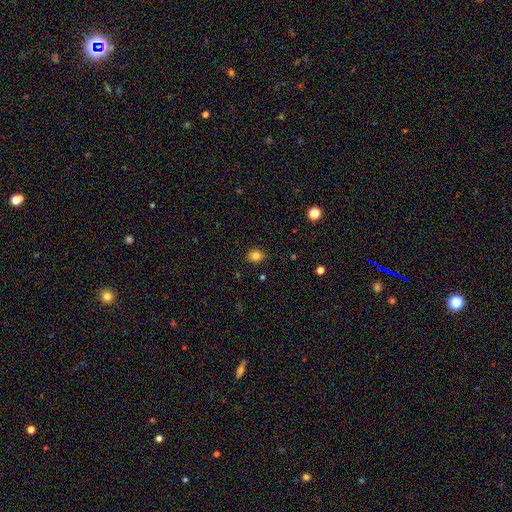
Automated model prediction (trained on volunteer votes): This is clearly a smooth galaxy (83%). How rounded: likely round (60%). Merging: clearly none (88%).